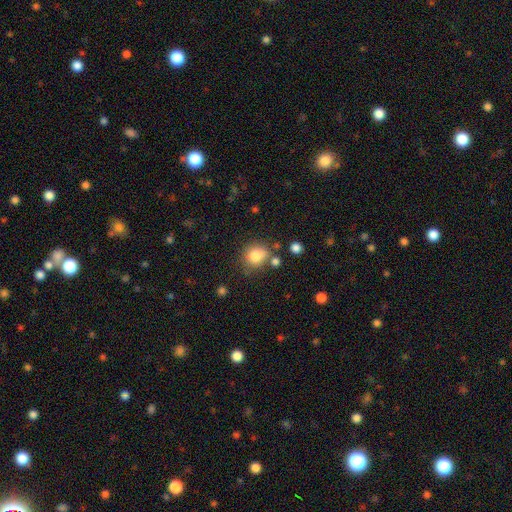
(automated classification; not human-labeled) This is clearly a smooth galaxy (81%). How rounded: likely round (72%). Merging: likely none (64%).